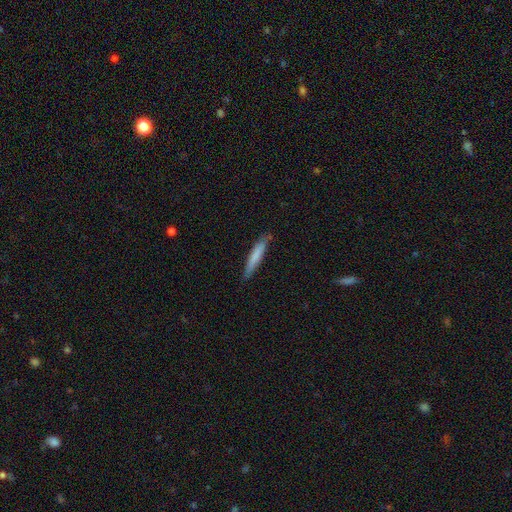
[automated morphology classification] smooth-or-featured: smooth: 73% | featured or disk: 22% | star or artifact: 6%
  how-rounded: cigar-shaped: 93% | in between: 6% | round: 1%
  merging: none: 81% | minor disturbance: 15% | major disturbance: 2% | merger: 2%